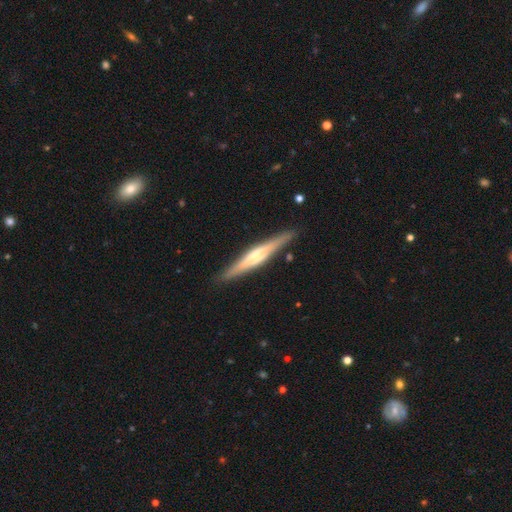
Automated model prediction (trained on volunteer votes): Smooth or featured? Predicted: featured or disk (p=0.70). Edge-on disk? Predicted: yes (p=0.97). Edge-on bulge? Predicted: rounded (p=0.67). Merging? Predicted: none (p=0.89).